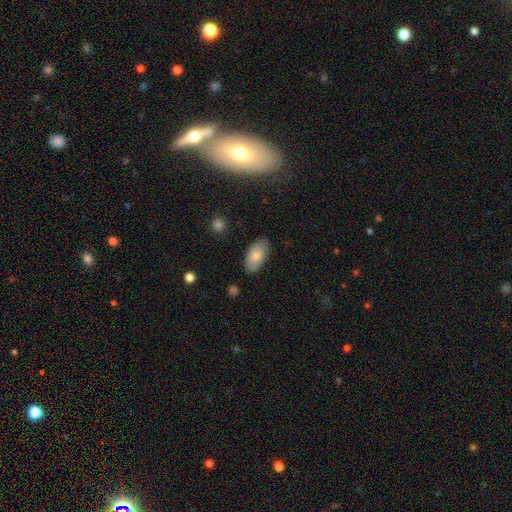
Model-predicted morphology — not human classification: smooth_or_featured: smooth (p=0.80) [alt: featured or disk p=0.14]
how_rounded: in between (p=0.95) [alt: round p=0.03]
merging: none (p=0.83) [alt: minor disturbance p=0.13]